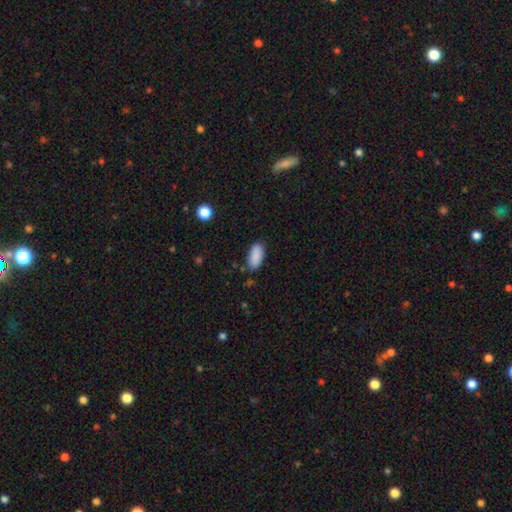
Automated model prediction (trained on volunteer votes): A smooth galaxy with no disk features (89%) that is in between round and cigar-shaped (92%).

Vote fractions:
- Smooth or featured? smooth: 89% / star or artifact: 7% / featured or disk: 4%
- How rounded? in between: 92% / cigar-shaped: 6% / round: 2%
- Merging? none: 83% / minor disturbance: 12% / major disturbance: 3% / merger: 2%